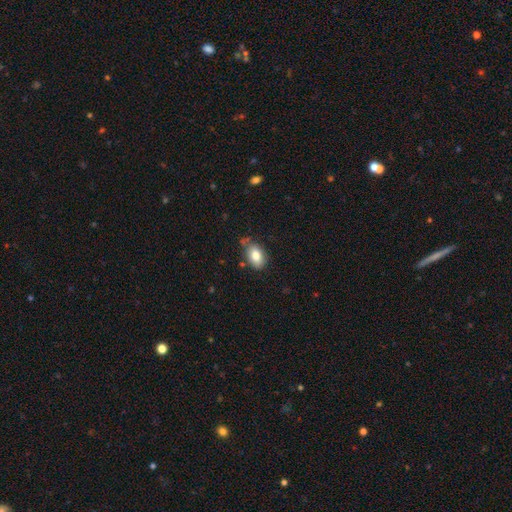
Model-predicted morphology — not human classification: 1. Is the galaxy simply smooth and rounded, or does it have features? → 82% smooth, 11% featured or disk, 8% star or artifact.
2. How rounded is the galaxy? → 88% in between, 11% round, 1% cigar-shaped.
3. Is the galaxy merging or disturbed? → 72% none, 19% minor disturbance, 6% merger, 4% major disturbance.